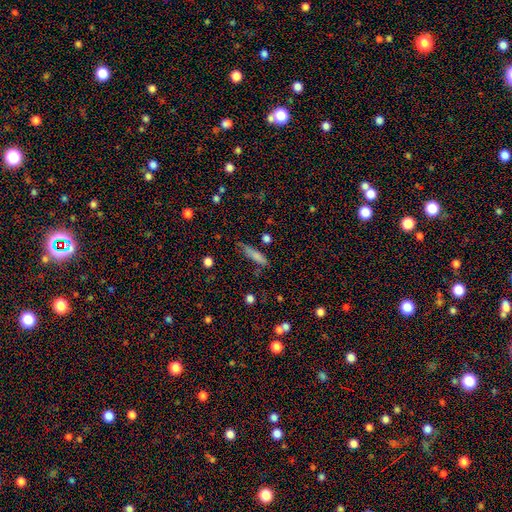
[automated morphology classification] smooth_or_featured: smooth (p=0.76) [alt: featured or disk p=0.15]
how_rounded: cigar-shaped (p=0.76) [alt: in between p=0.21]
merging: none (p=0.63) [alt: minor disturbance p=0.26]